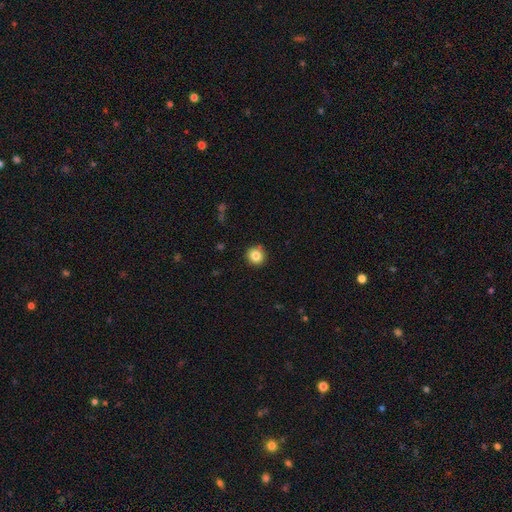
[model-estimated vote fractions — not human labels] smooth_or_featured: smooth (p=0.83) [alt: star or artifact p=0.10]
how_rounded: round (p=0.94) [alt: in between p=0.05]
merging: none (p=0.90) [alt: minor disturbance p=0.07]